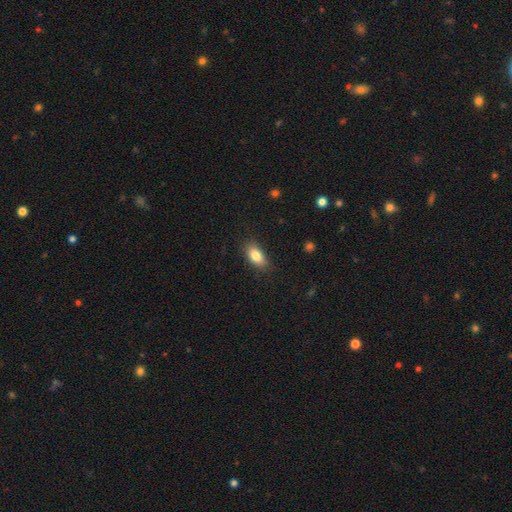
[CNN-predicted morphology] This is clearly a smooth galaxy (83%). How rounded: clearly in between (88%). Merging: clearly none (84%).